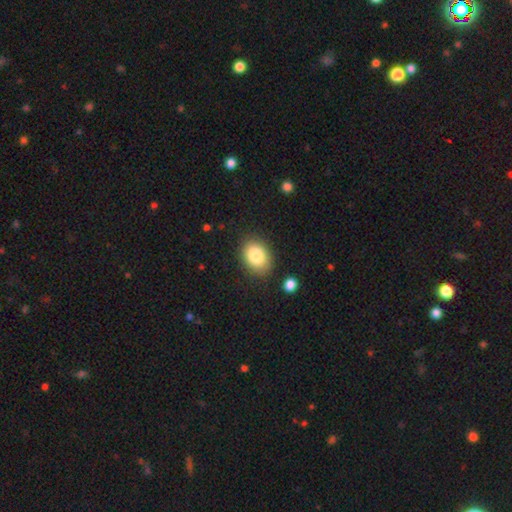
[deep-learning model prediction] Morphology: type=smooth (84%); roundness=in between (71%); merging=none (85%).